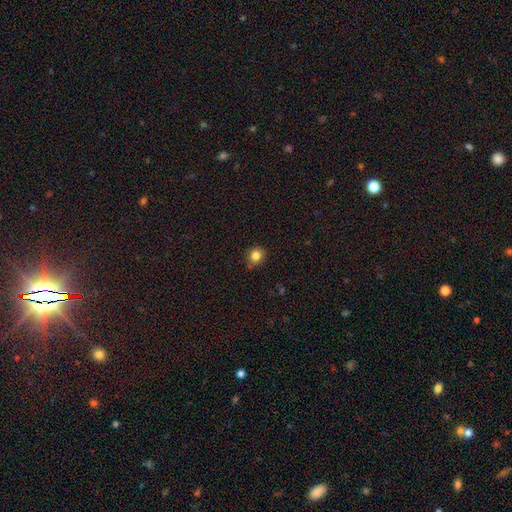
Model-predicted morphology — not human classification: smooth-or-featured: smooth: 82% | star or artifact: 12% | featured or disk: 5%
  how-rounded: round: 84% | in between: 16% | cigar-shaped: 1%
  merging: none: 83% | minor disturbance: 13% | major disturbance: 2% | merger: 2%